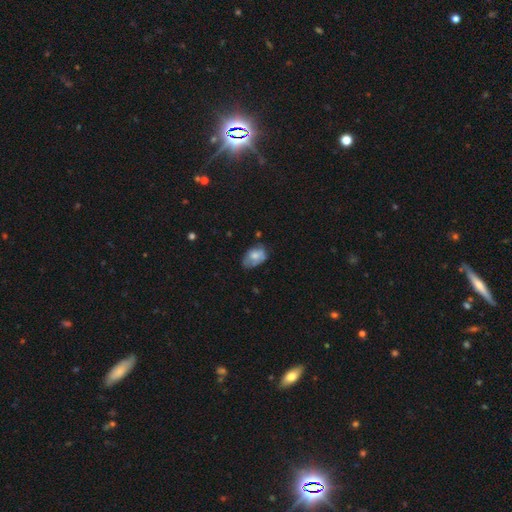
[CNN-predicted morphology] A smooth galaxy with no disk features (65%) that is in between round and cigar-shaped (86%).

Vote fractions:
- Smooth or featured? smooth: 65% / featured or disk: 27% / star or artifact: 8%
- How rounded? in between: 86% / round: 13% / cigar-shaped: 1%
- Merging? none: 47% / minor disturbance: 35% / major disturbance: 14% / merger: 4%